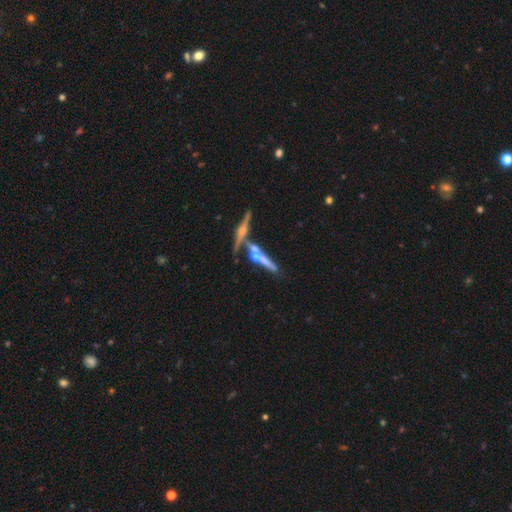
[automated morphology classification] A featured or disk galaxy (63%) viewed edge-on (90%) with a rounded central bulge (78%). Merging: none (49%).